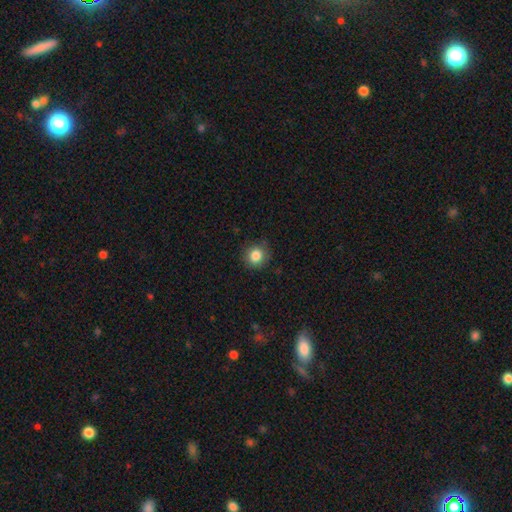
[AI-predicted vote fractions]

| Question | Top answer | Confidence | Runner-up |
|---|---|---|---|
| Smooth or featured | smooth | 84% | star or artifact (10%) |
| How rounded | round | 88% | in between (11%) |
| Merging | none | 85% | minor disturbance (11%) |